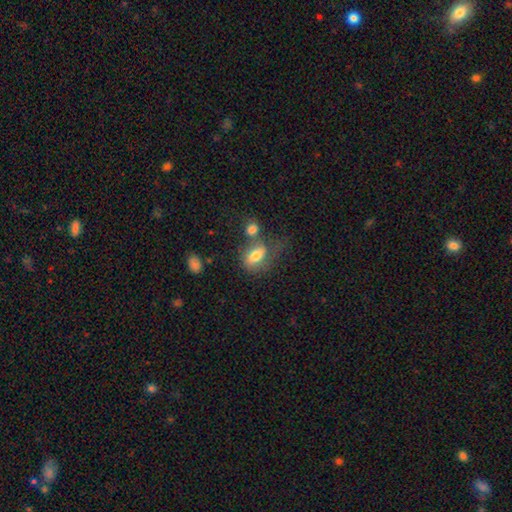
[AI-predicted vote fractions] The model was most divided on "merging" (2-way tie): merger: 31%, none: 31%, major disturbance: 20%, minor disturbance: 18%. More confident: how rounded — in between (83%); smooth or featured — smooth (71%).